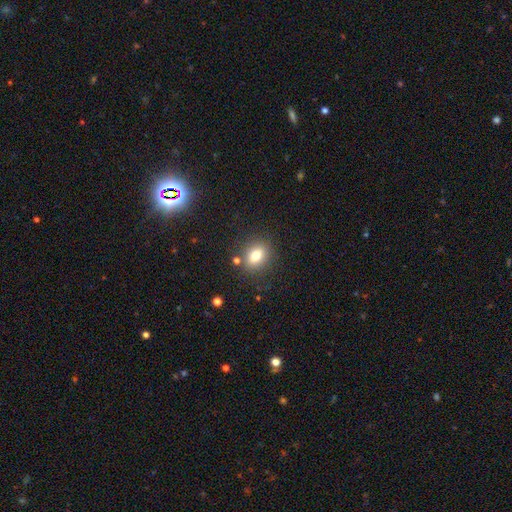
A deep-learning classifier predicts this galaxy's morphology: A smooth galaxy with no disk features (78%) that is in between round and cigar-shaped (55%). Merging: none (81%).